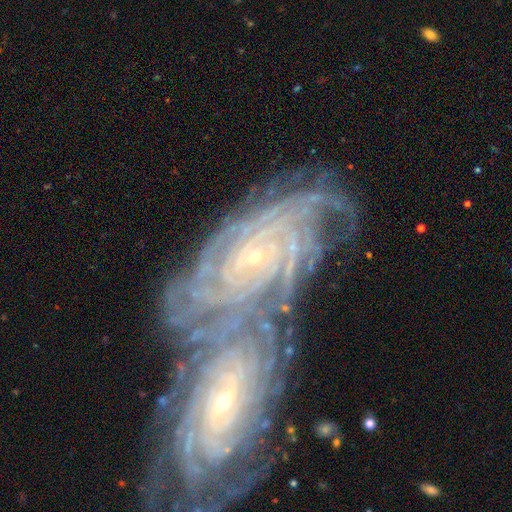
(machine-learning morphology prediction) smooth-or-featured: featured or disk: 88% | star or artifact: 7% | smooth: 5%
  disk-edge-on: no: 95% | yes: 5%
    bar: no: 57% | weak: 28% | strong: 14%
    has-spiral-arms: yes: 98% | no: 2%
      spiral-winding: tight: 86% | medium: 11% | loose: 2%
      spiral-arm-count: more than 4: 34% | 4: 27% | can't tell: 19% | 3: 8% | 2: 6% | 1: 6%
    bulge-size: small: 87% | moderate: 9% | none: 2% | large: 1% | dominant: 1%
  merging: merger: 51% | none: 33% | minor disturbance: 11% | major disturbance: 5%